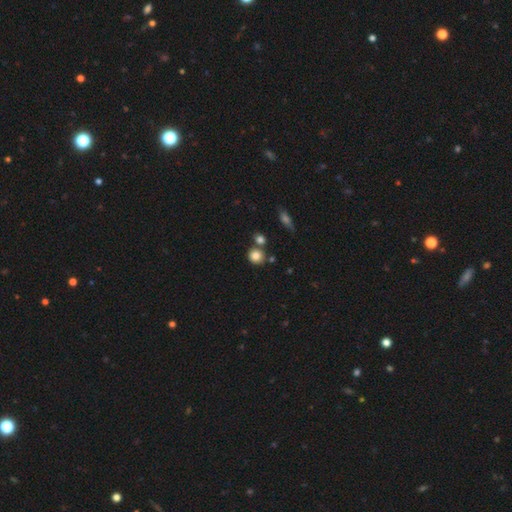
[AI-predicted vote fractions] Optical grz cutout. It shows a smooth galaxy with no disk features (83%) that is round (83%). Merging: none (69%).